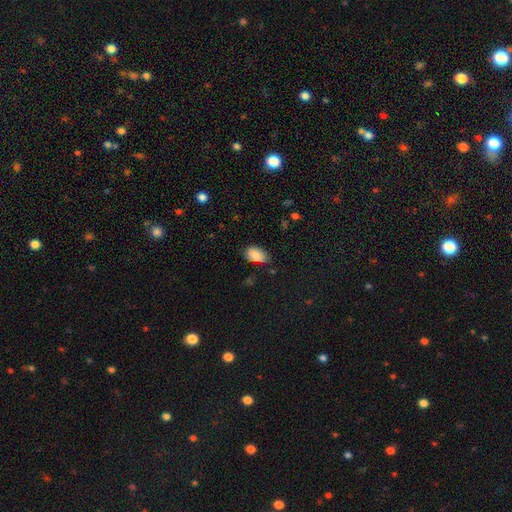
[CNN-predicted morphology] The model was most divided on "merging": none: 71%, minor disturbance: 23%, major disturbance: 4%, merger: 2%. More confident: how rounded — in between (92%); smooth or featured — smooth (83%).